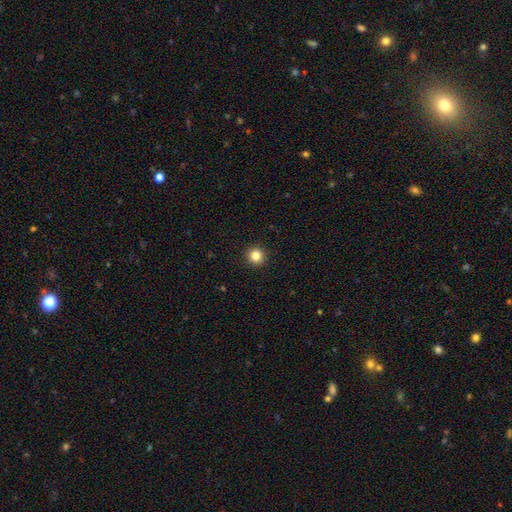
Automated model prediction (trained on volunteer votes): This is clearly a smooth galaxy (84%). How rounded: clearly round (95%). Merging: clearly none (93%).